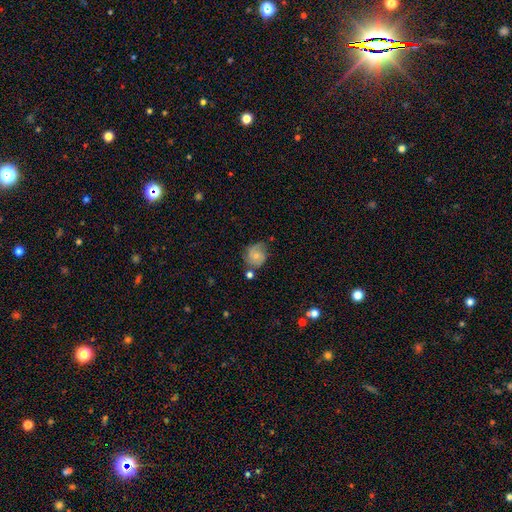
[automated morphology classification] featured or disk 46% (tied), smooth 46% (tied), star or artifact 9%. Down the decision tree: merging — none (58%).